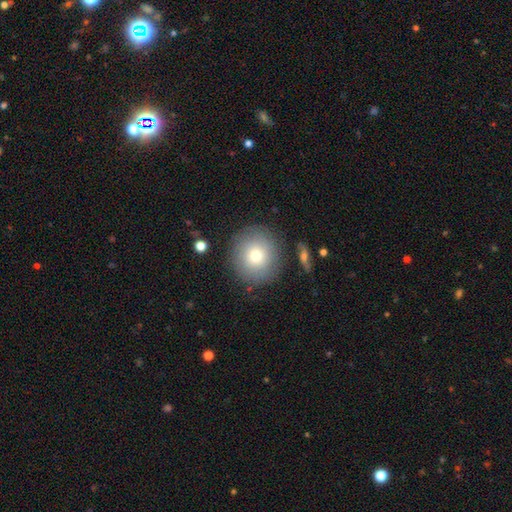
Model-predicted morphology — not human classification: Smooth or featured? Predicted: smooth (p=0.77). How rounded? Predicted: round (p=0.93). Merging? Predicted: none (p=0.86).